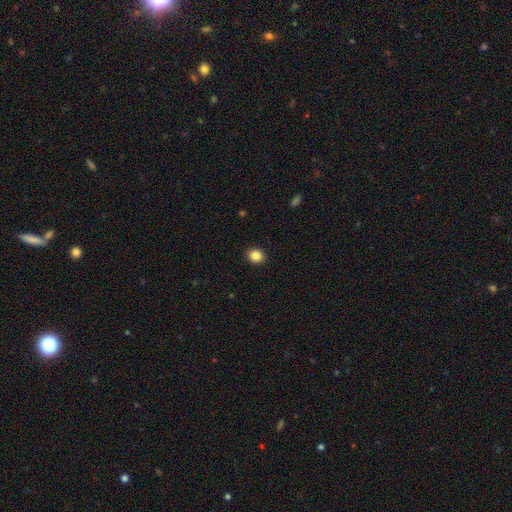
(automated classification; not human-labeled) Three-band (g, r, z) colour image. It shows a smooth galaxy with no disk features (86%) that is round (68%). Merging: none (92%).